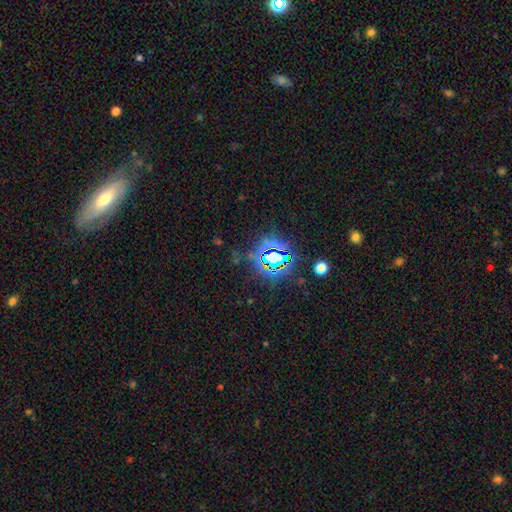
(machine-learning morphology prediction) The model was most divided on "smooth or featured": star or artifact: 78%, smooth: 13%, featured or disk: 9%.